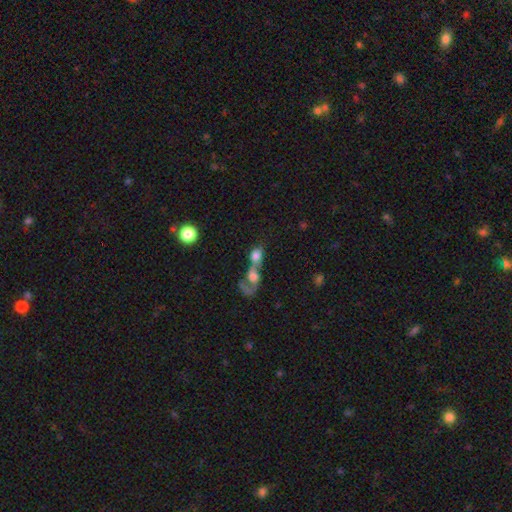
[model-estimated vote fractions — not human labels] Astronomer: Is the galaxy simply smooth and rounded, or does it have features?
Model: smooth — 61%.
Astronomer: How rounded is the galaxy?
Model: in between — 48%, tied with round at 48%.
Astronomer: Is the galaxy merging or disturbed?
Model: merger — 78%.